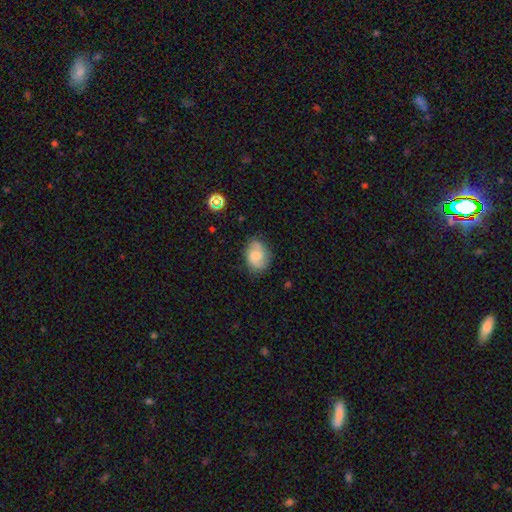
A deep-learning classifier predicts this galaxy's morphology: Q: Smooth or featured?
A: smooth (54%); runner-up: featured or disk (37%)
Q: How rounded?
A: in between (65%); runner-up: round (34%)
Q: Merging?
A: none (73%); runner-up: minor disturbance (21%)